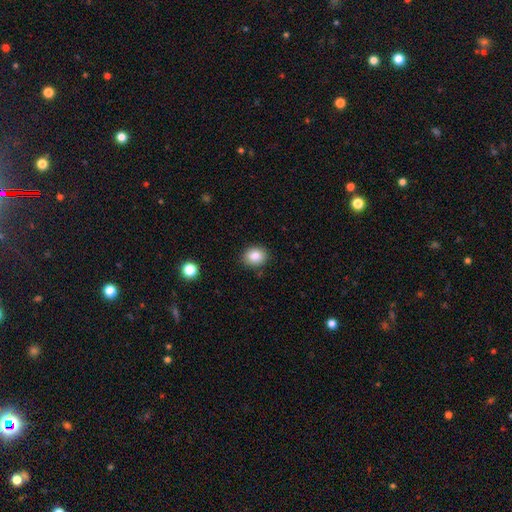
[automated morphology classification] Smooth or featured: smooth — 85% (star or artifact — 9%)
How rounded: round — 61% (in between — 38%)
Merging: none — 86% (minor disturbance — 10%)